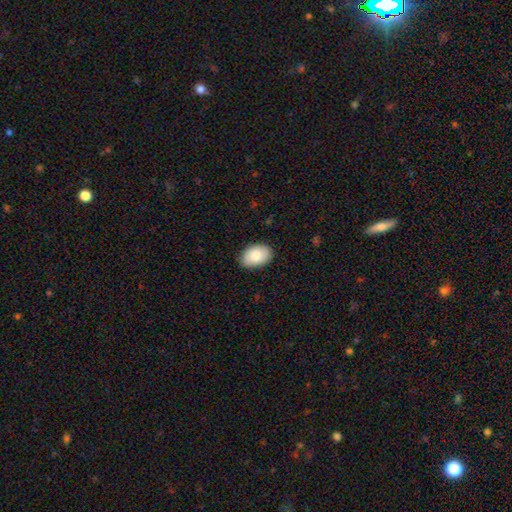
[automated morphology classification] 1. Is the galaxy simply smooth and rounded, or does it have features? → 86% smooth, 7% featured or disk, 6% star or artifact.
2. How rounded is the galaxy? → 89% in between, 10% round, 1% cigar-shaped.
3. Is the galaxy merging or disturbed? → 86% none, 11% minor disturbance, 2% major disturbance, 1% merger.